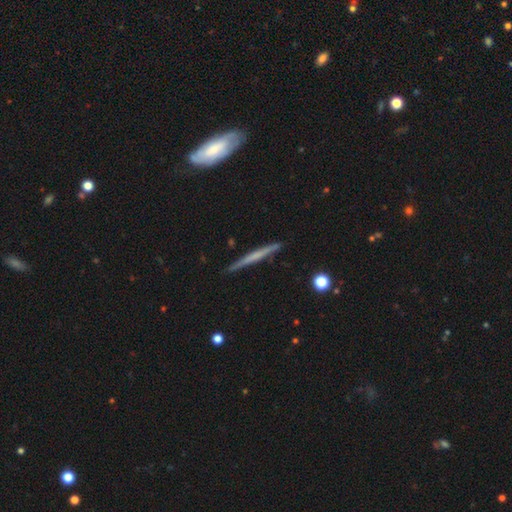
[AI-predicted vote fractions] Smooth or featured? featured or disk (53%)
Edge-on disk? yes (96%)
Edge-on bulge? none (79%)
Merging? none (88%)